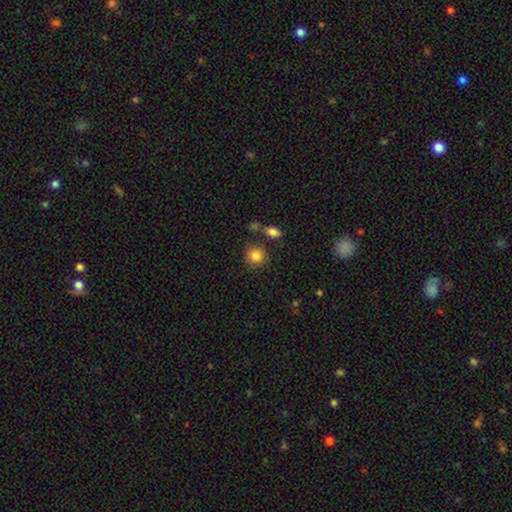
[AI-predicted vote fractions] Smooth or featured? Predicted: smooth (p=0.85). How rounded? Predicted: round (p=0.86). Merging? Predicted: none (p=0.78).